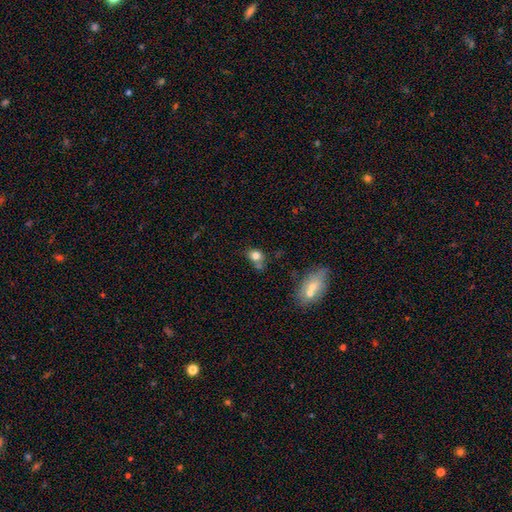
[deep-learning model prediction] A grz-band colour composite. It shows a smooth galaxy with no disk features (79%) that is round (57%). Merging: none (50%).